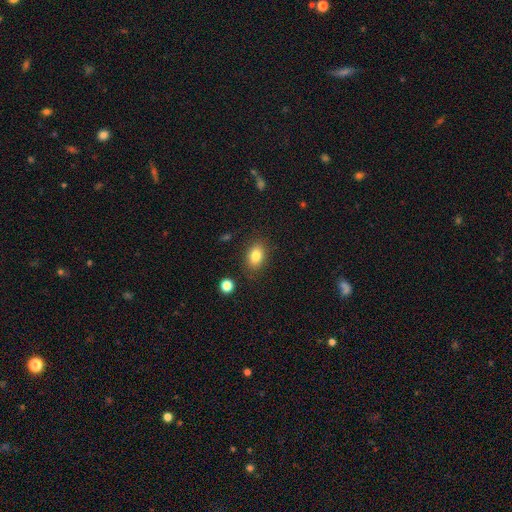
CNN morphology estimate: This is clearly a smooth galaxy (82%). How rounded: likely in between (77%). Merging: clearly none (84%).